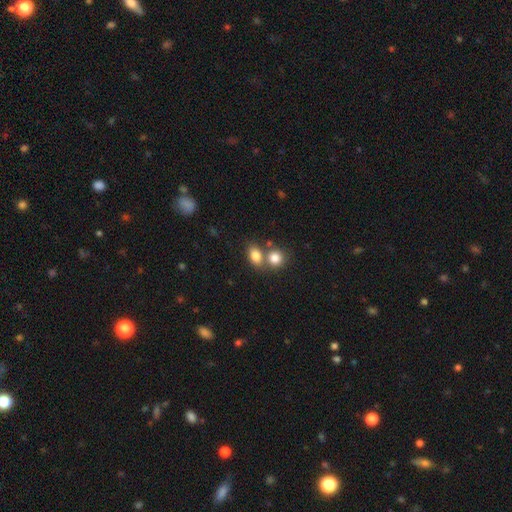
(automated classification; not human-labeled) Smooth or featured?
  - smooth: 82% *
  - star or artifact: 10%
  - featured or disk: 8%
How rounded?
  - in between: 68% *
  - round: 31%
  - cigar-shaped: 2%
Merging?
  - none: 46% *
  - merger: 41%
  - minor disturbance: 9%
  - major disturbance: 4%